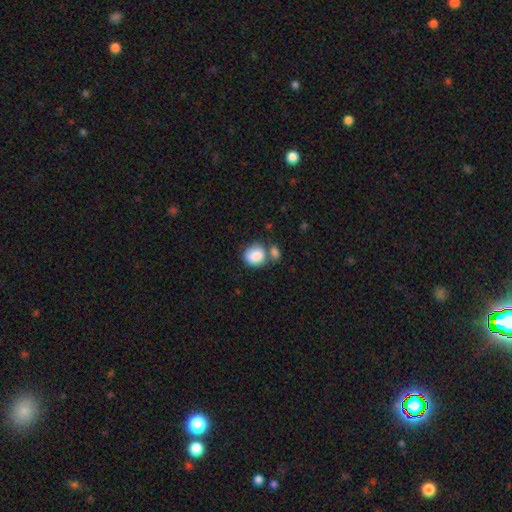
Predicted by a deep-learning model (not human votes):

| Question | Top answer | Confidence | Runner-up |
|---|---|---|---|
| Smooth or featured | smooth | 87% | star or artifact (7%) |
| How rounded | round | 62% | in between (37%) |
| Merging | none | 46% | merger (34%) |